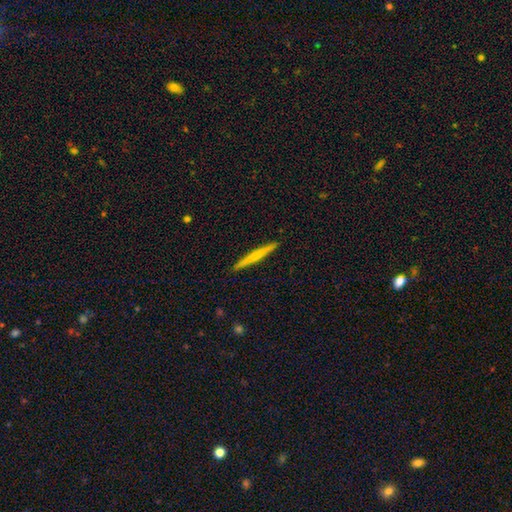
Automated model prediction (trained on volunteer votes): smooth_or_featured: smooth (p=0.55) [alt: featured or disk p=0.40]
how_rounded: cigar-shaped (p=0.97) [alt: in between p=0.02]
merging: none (p=0.93) [alt: minor disturbance p=0.05]